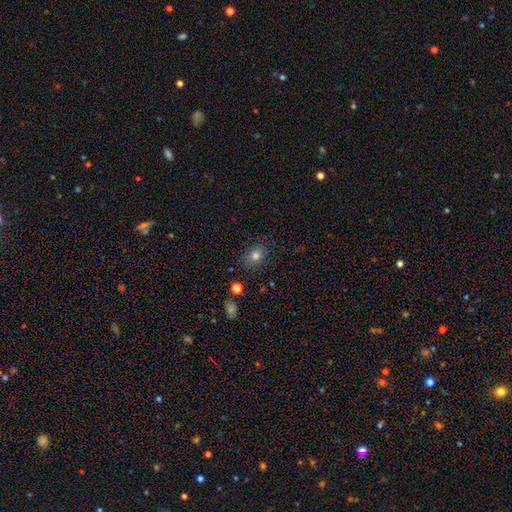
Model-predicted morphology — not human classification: smooth 78%, star or artifact 13%, featured or disk 9%. Down the decision tree: how rounded — in between (53%); merging — none (82%).